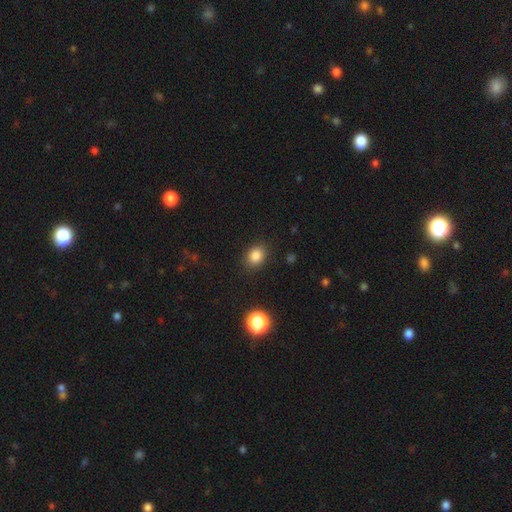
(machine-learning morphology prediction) Smooth or featured? smooth (84%)
How rounded? in between (51%)
Merging? none (87%)